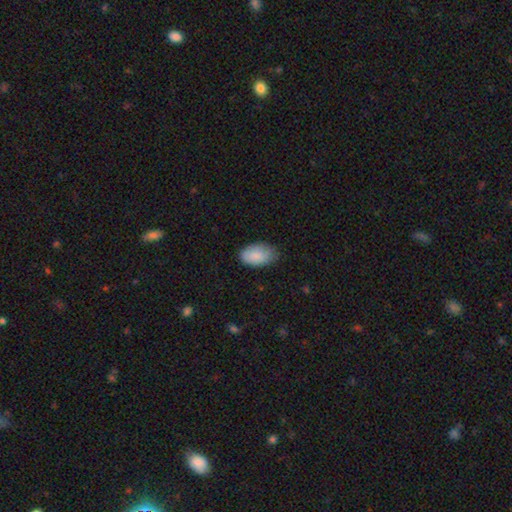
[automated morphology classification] Q: Smooth or featured?
A: smooth (88%); runner-up: featured or disk (6%)
Q: How rounded?
A: in between (93%); runner-up: round (5%)
Q: Merging?
A: none (72%); runner-up: minor disturbance (23%)